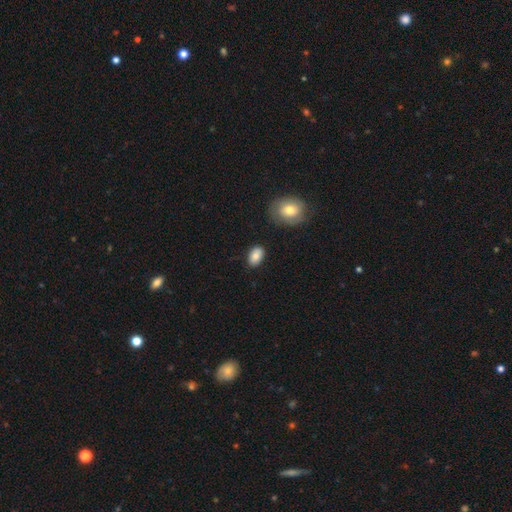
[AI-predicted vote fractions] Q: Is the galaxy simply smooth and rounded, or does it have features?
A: smooth — 83%.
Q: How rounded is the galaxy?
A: in between — 88%.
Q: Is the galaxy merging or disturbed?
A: none — 82%.